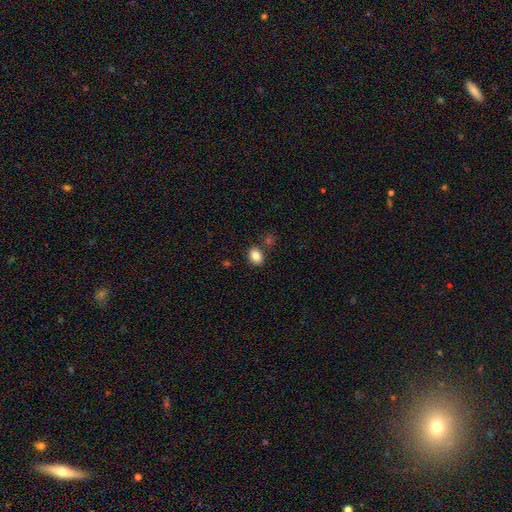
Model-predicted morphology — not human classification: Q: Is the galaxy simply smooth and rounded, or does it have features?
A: smooth — 85%.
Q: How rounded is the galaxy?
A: in between — 60%.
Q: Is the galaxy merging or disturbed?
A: none — 79%.